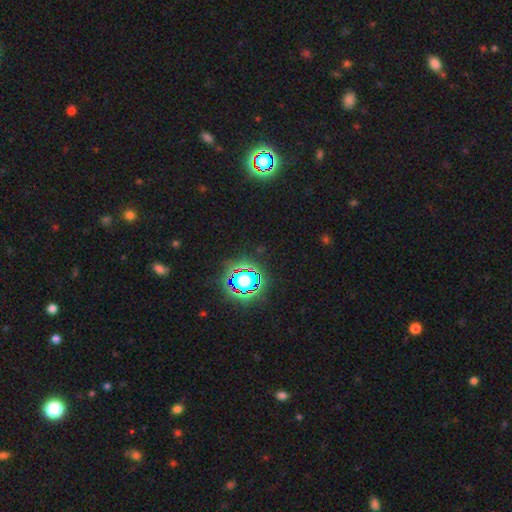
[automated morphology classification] A star or artifact, not a galaxy (79%).

Vote fractions:
- Smooth or featured? star or artifact: 79% / smooth: 13% / featured or disk: 8%